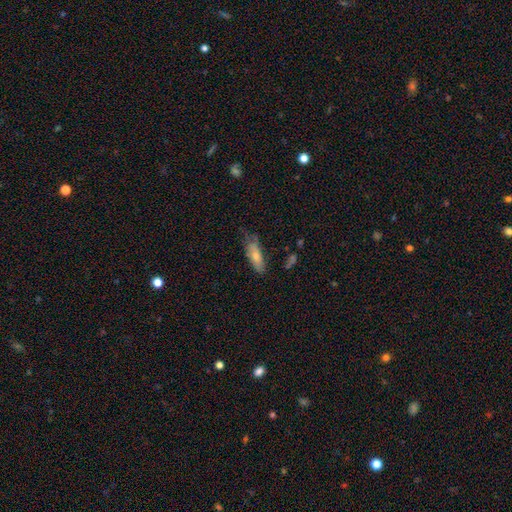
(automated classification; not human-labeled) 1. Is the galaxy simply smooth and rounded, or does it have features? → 72% smooth, 22% featured or disk, 7% star or artifact.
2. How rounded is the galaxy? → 61% in between, 37% cigar-shaped, 2% round.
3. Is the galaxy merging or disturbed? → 50% none, 34% minor disturbance, 12% major disturbance, 3% merger.